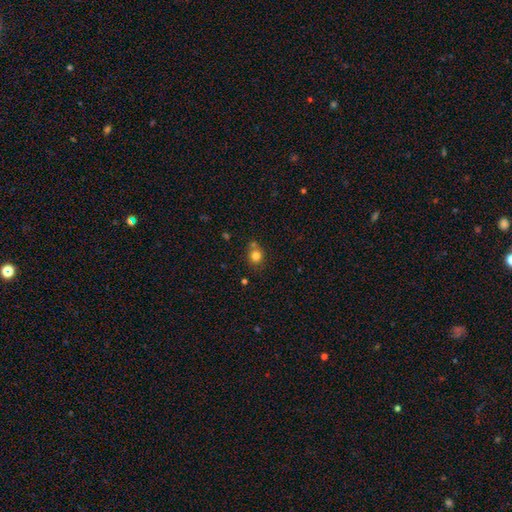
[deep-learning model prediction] This appears to be a smooth galaxy with no disk features (80%) that is round (82%). Merging: none (64%).